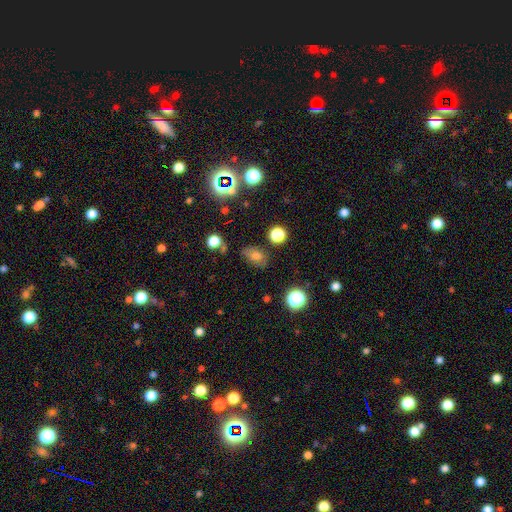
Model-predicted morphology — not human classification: Smooth or featured? smooth (66%)
How rounded? in between (76%)
Merging? none (63%)